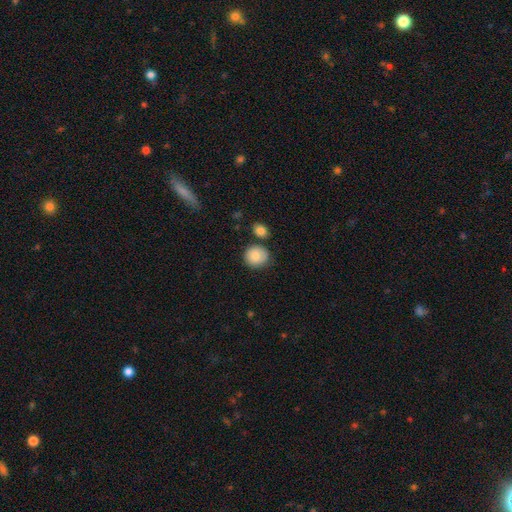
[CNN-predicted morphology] Smooth or featured? smooth (84%)
How rounded? round (84%)
Merging? none (73%)